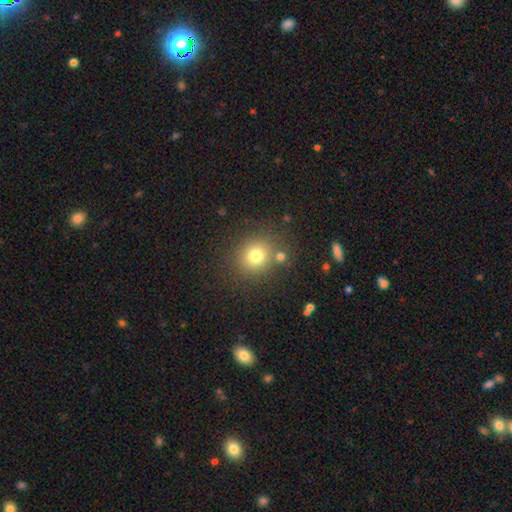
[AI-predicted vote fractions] A smooth galaxy with no disk features (75%) that is round (83%).

Vote fractions:
- Smooth or featured? smooth: 75% / star or artifact: 15% / featured or disk: 9%
- How rounded? round: 83% / in between: 16% / cigar-shaped: 1%
- Merging? none: 78% / minor disturbance: 9% / merger: 9% / major disturbance: 4%